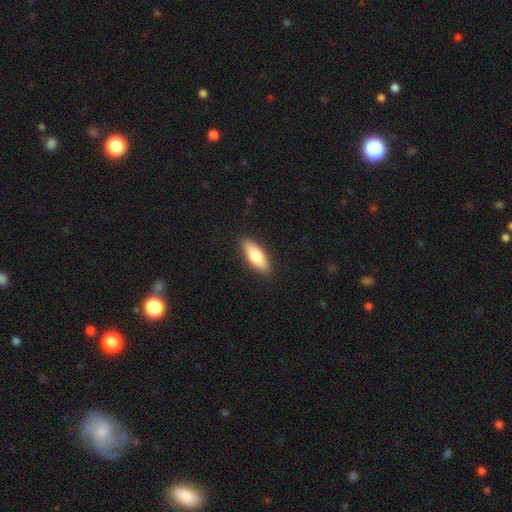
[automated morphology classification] Smooth or featured? smooth (74%)
How rounded? in between (69%)
Merging? none (89%)